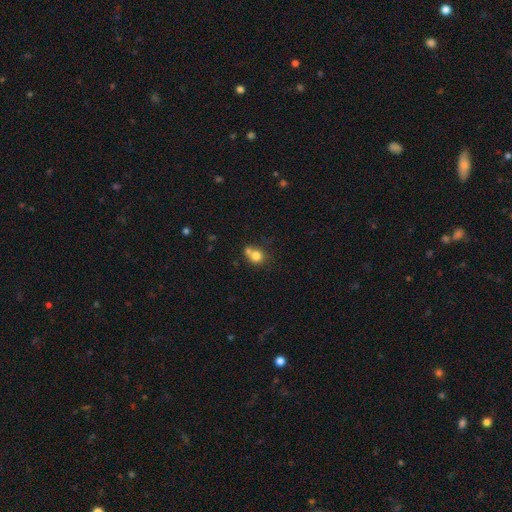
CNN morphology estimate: This is likely a smooth galaxy (77%). How rounded: likely round (78%). Merging: marginally none (43%).